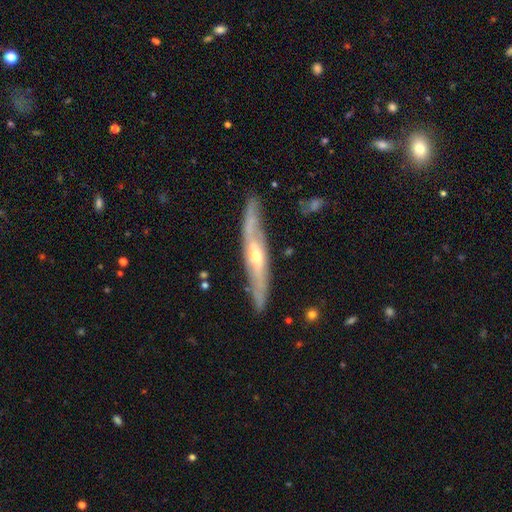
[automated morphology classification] Overall: featured or disk (73%). Edge-on disk: yes (71%). Edge-on bulge: rounded (77%). Merging: none (81%).